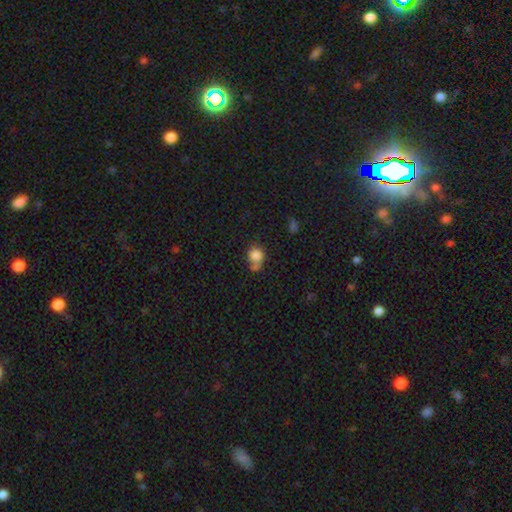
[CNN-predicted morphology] This appears to be a smooth galaxy with no disk features (82%) that is round (76%). Merging: none (43%).